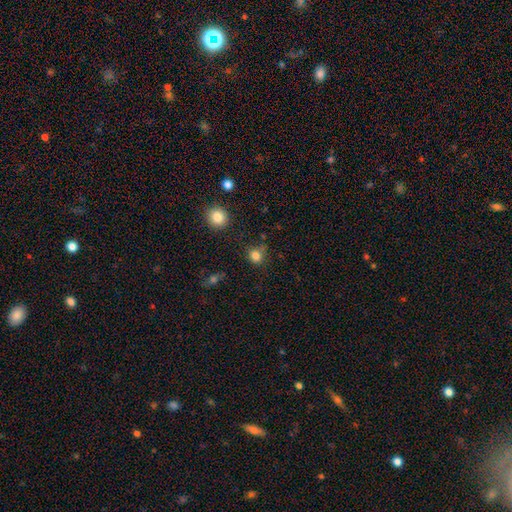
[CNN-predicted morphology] Smooth or featured? smooth (82%)
How rounded? round (79%)
Merging? none (71%)